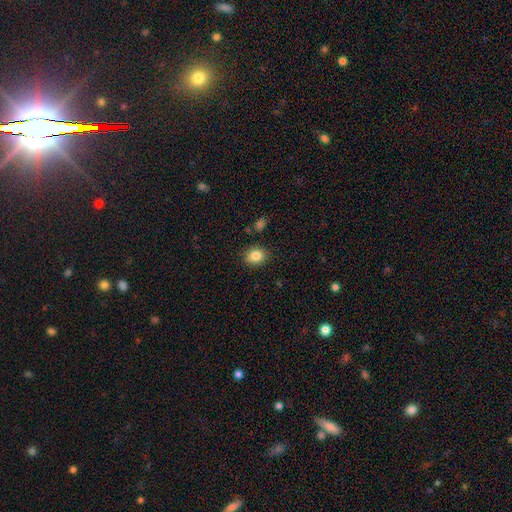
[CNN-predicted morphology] smooth_or_featured: smooth (p=0.84) [alt: star or artifact p=0.10]
how_rounded: round (p=0.60) [alt: in between p=0.39]
merging: none (p=0.86) [alt: minor disturbance p=0.09]